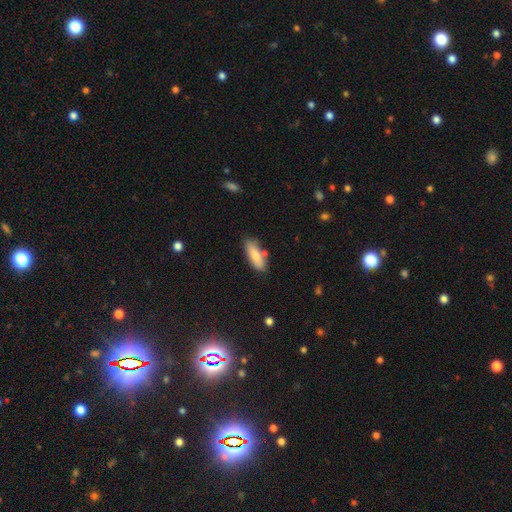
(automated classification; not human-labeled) A smooth galaxy with no disk features (83%) that is in between round and cigar-shaped (61%).

Vote fractions:
- Smooth or featured? smooth: 83% / featured or disk: 11% / star or artifact: 6%
- How rounded? in between: 61% / cigar-shaped: 37% / round: 2%
- Merging? none: 74% / minor disturbance: 16% / merger: 6% / major disturbance: 3%